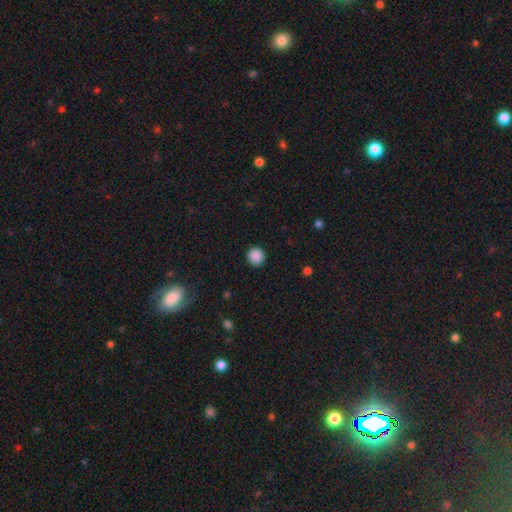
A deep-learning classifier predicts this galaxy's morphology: A smooth galaxy with no disk features (88%) that is round (93%). Merging: none (91%).